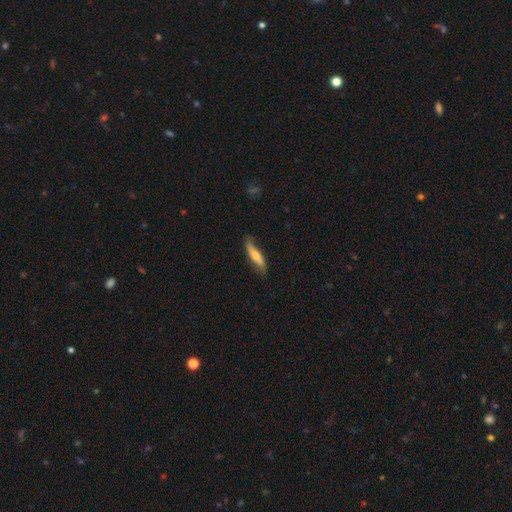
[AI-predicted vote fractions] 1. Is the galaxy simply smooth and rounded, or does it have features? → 57% smooth, 38% featured or disk, 5% star or artifact.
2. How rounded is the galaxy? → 74% cigar-shaped, 24% in between, 2% round.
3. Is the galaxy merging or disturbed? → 75% none, 20% minor disturbance, 4% major disturbance, 1% merger.